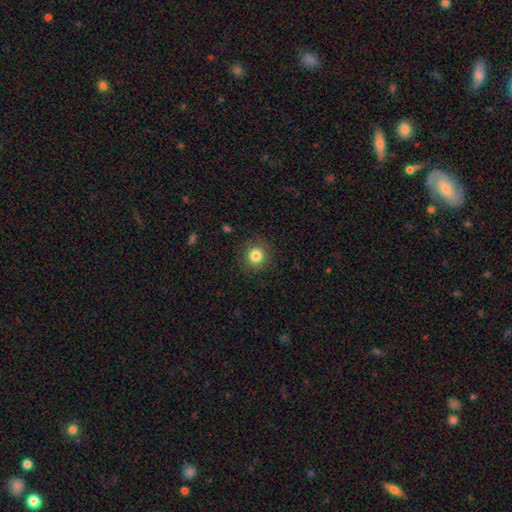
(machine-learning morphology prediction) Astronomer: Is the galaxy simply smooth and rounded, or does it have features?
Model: smooth — 83%.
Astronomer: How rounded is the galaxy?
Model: round — 93%.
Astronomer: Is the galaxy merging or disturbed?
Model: none — 89%.